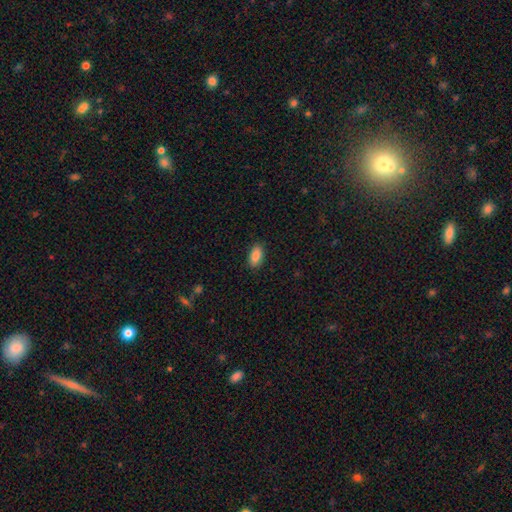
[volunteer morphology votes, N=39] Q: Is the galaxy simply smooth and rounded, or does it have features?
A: smooth — 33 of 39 (85%).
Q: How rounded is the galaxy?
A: in between — 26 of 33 (79%).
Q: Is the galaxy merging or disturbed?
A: none — 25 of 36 (69%).